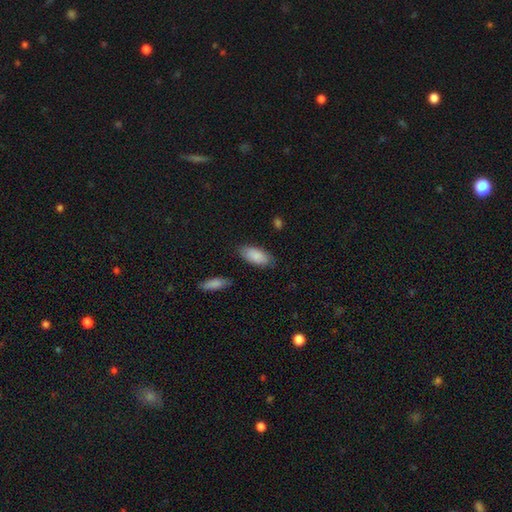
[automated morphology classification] Smooth or featured?
  - smooth: 87% *
  - featured or disk: 7%
  - star or artifact: 6%
How rounded?
  - in between: 90% *
  - cigar-shaped: 8%
  - round: 2%
Merging?
  - none: 81% *
  - minor disturbance: 13%
  - major disturbance: 3%
  - merger: 2%